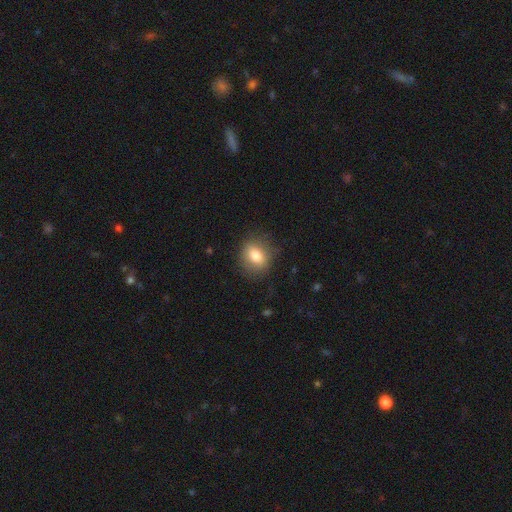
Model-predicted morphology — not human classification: type=smooth (79%); roundness=in between (52%); merging=none (80%).